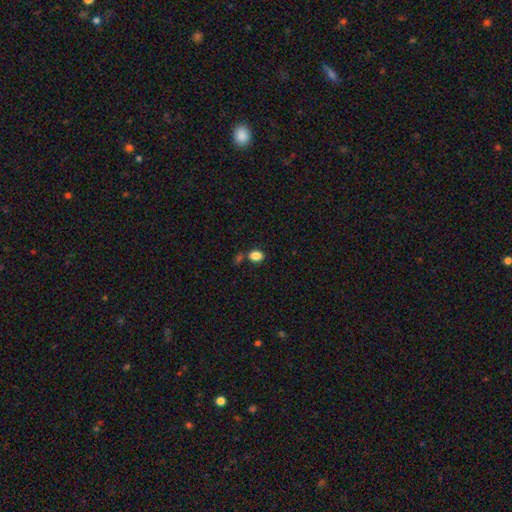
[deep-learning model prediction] Q: Smooth or featured?
A: smooth (86%); runner-up: star or artifact (10%)
Q: How rounded?
A: in between (70%); runner-up: round (29%)
Q: Merging?
A: none (69%); runner-up: merger (15%)